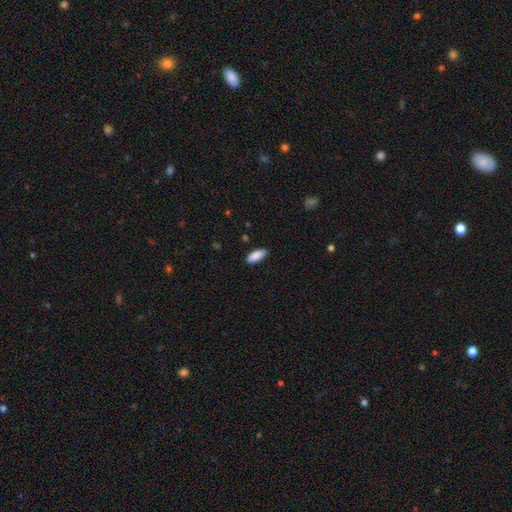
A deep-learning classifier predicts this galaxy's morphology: smooth-or-featured: smooth: 90% | star or artifact: 6% | featured or disk: 4%
  how-rounded: in between: 85% | cigar-shaped: 14% | round: 2%
  merging: none: 86% | minor disturbance: 10% | major disturbance: 2% | merger: 1%